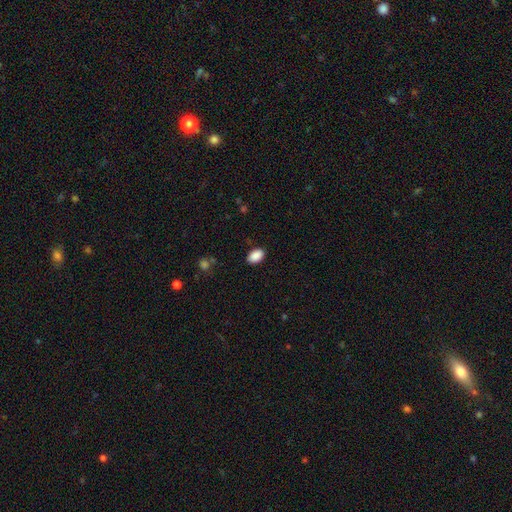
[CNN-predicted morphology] Overall: smooth (90%). How rounded: in between (88%). Merging: none (87%).